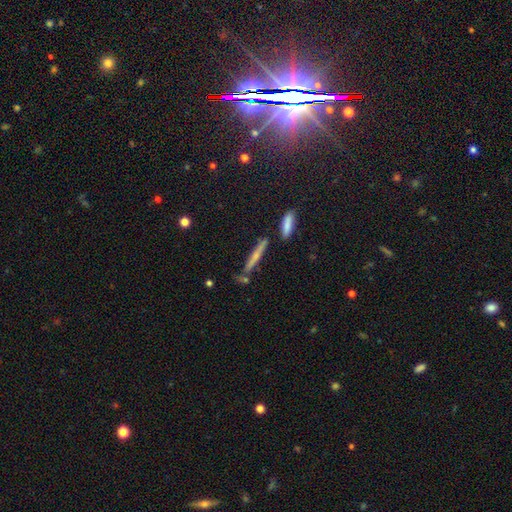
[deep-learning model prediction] A smooth galaxy with no disk features (46%).

Vote fractions:
- Smooth or featured? smooth: 46% / featured or disk: 43% / star or artifact: 11%
- Merging? none: 74% / minor disturbance: 13% / merger: 9% / major disturbance: 4%